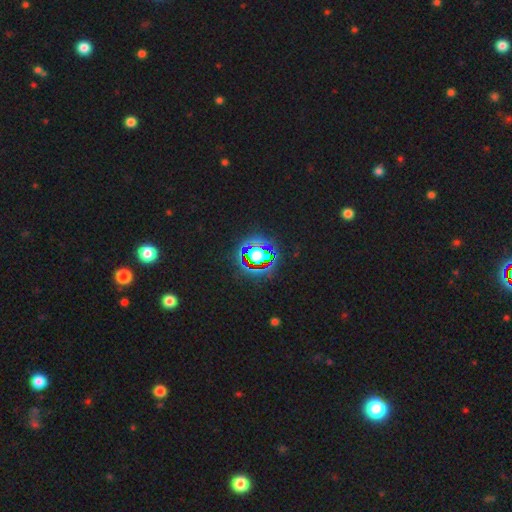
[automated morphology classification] Smooth or featured? Predicted: star or artifact (p=0.65).